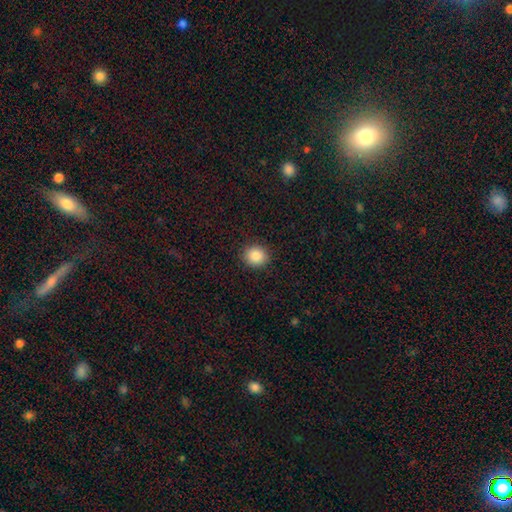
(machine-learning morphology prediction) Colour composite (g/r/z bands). It shows a smooth galaxy with no disk features (86%) that is round (83%). Merging: none (91%).